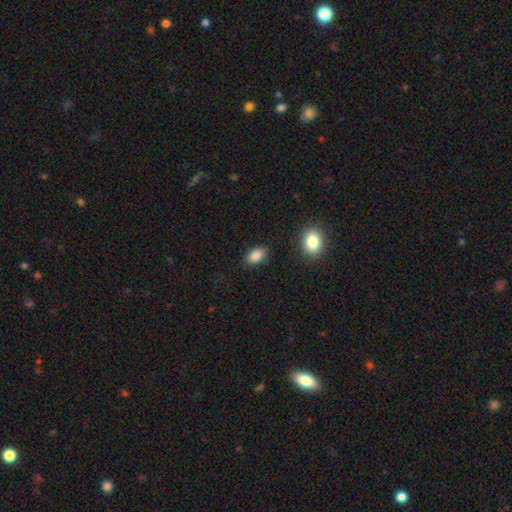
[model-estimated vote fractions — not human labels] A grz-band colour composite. It shows a smooth galaxy with no disk features (87%) that is in between round and cigar-shaped (91%). Merging: none (86%).